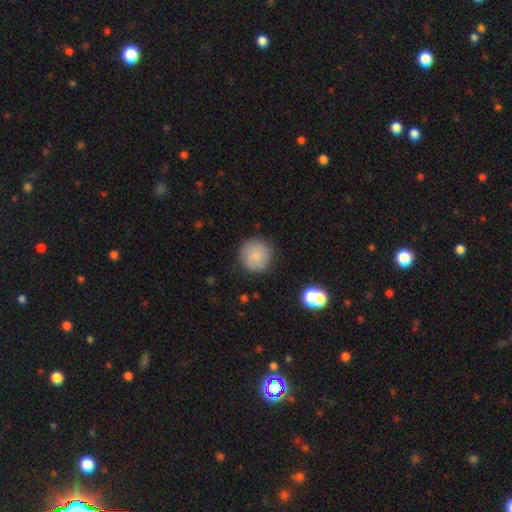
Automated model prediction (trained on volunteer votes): smooth-or-featured: smooth: 84% | star or artifact: 8% | featured or disk: 8%
  how-rounded: round: 95% | in between: 4% | cigar-shaped: 1%
  merging: none: 85% | minor disturbance: 10% | major disturbance: 3% | merger: 2%